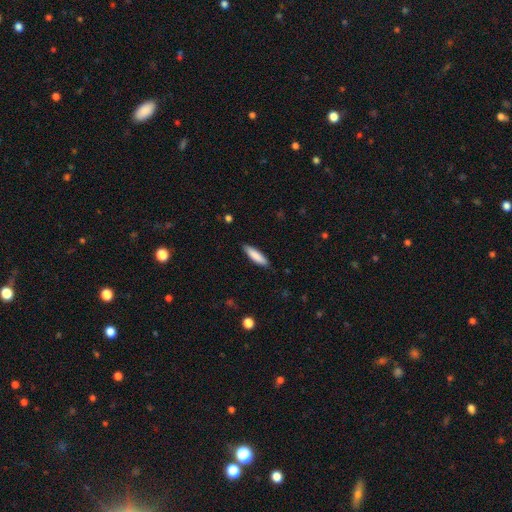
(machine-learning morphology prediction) Q: Smooth or featured?
A: smooth (86%); runner-up: featured or disk (9%)
Q: How rounded?
A: cigar-shaped (69%); runner-up: in between (30%)
Q: Merging?
A: none (88%); runner-up: minor disturbance (9%)